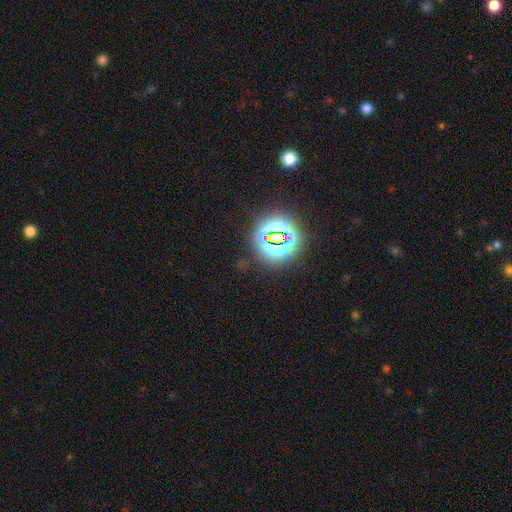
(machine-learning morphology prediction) This appears to be a star or artifact, not a galaxy (81%).